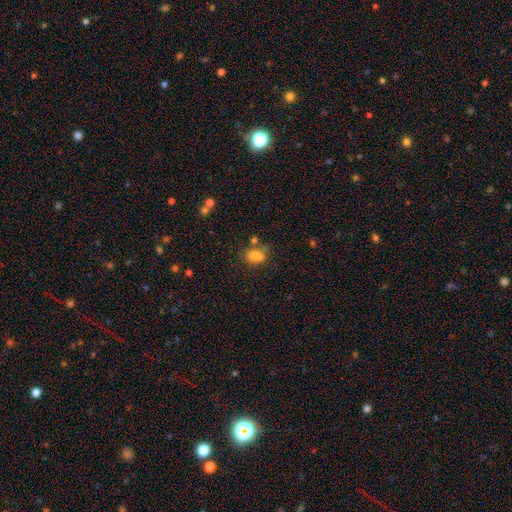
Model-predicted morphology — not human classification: smooth_or_featured: smooth (p=0.80) [alt: star or artifact p=0.11]
how_rounded: in between (p=0.81) [alt: round p=0.16]
merging: none (p=0.55) [alt: minor disturbance p=0.22]